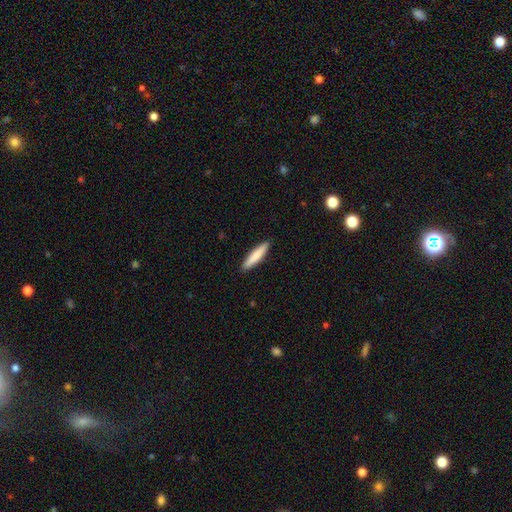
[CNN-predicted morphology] smooth_or_featured: smooth (p=0.79) [alt: featured or disk p=0.17]
how_rounded: cigar-shaped (p=0.87) [alt: in between p=0.12]
merging: none (p=0.91) [alt: minor disturbance p=0.07]